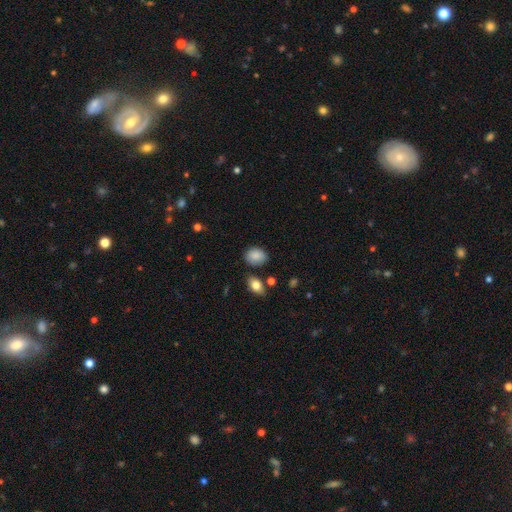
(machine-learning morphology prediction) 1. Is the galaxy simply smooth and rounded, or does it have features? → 86% smooth, 8% star or artifact, 6% featured or disk.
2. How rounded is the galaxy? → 62% in between, 36% round, 1% cigar-shaped.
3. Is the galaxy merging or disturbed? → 79% none, 14% minor disturbance, 4% merger, 3% major disturbance.